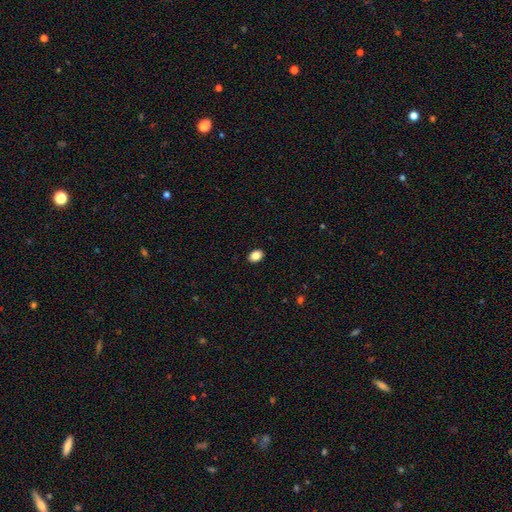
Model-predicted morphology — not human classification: The model was most divided on "how rounded": in between: 75%, round: 24%, cigar-shaped: 1%. More confident: merging — none (90%); smooth or featured — smooth (86%).